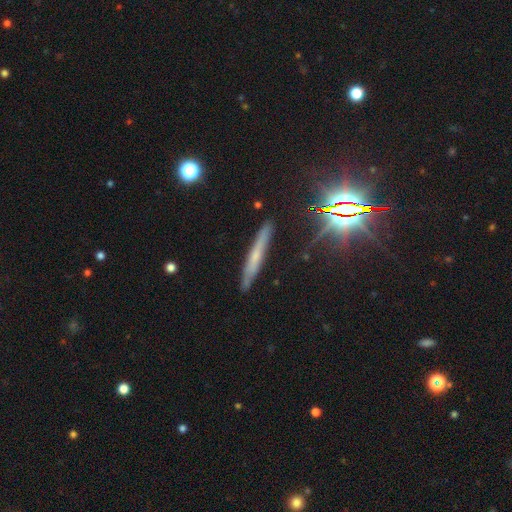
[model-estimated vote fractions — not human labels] Morphology: type=featured or disk (43%); merging=none (85%).